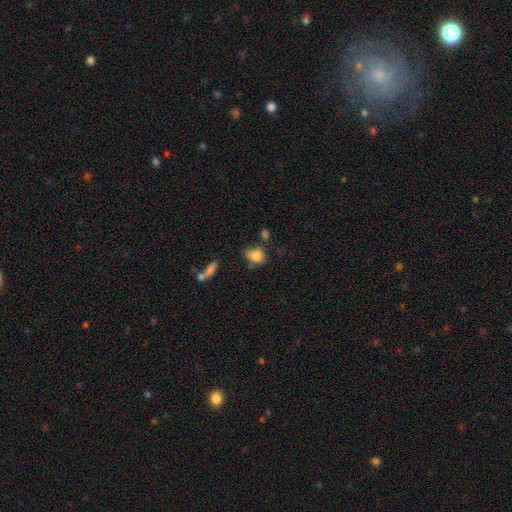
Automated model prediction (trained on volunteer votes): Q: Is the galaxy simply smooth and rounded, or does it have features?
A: smooth — 80%.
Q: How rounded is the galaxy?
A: in between — 62%.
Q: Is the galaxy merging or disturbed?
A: none — 50%.